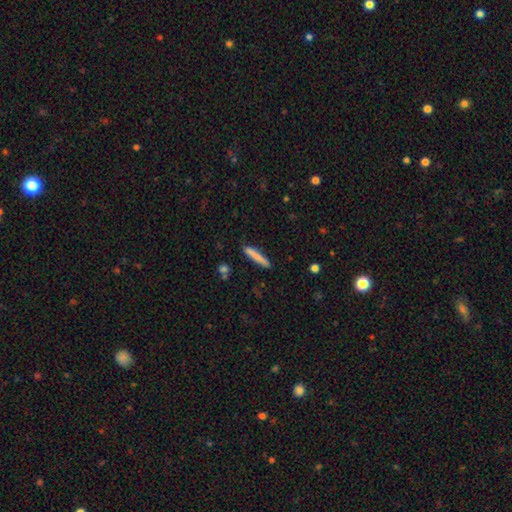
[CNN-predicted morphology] Q: Smooth or featured?
A: smooth (79%); runner-up: featured or disk (14%)
Q: How rounded?
A: cigar-shaped (94%); runner-up: in between (5%)
Q: Merging?
A: none (86%); runner-up: minor disturbance (10%)